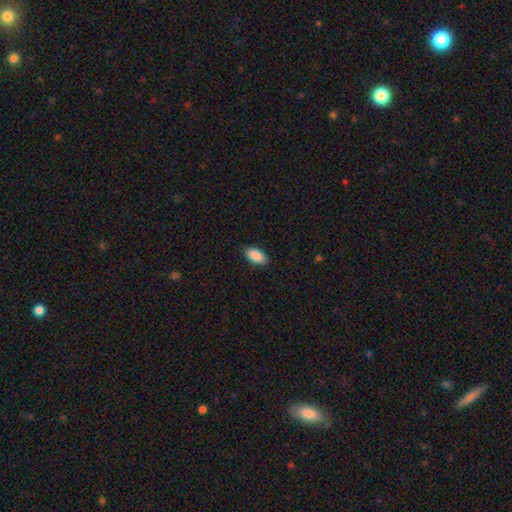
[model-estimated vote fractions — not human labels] Smooth or featured?
  - smooth: 90% *
  - star or artifact: 6%
  - featured or disk: 4%
How rounded?
  - in between: 94% *
  - round: 3%
  - cigar-shaped: 3%
Merging?
  - none: 86% *
  - minor disturbance: 11%
  - major disturbance: 2%
  - merger: 1%